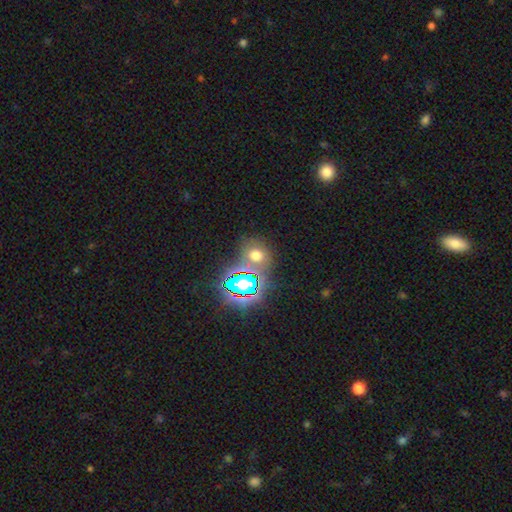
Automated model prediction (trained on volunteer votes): A smooth galaxy with no disk features (52%) that is round (70%).

Vote fractions:
- Smooth or featured? smooth: 52% / star or artifact: 37% / featured or disk: 11%
- How rounded? round: 70% / in between: 28% / cigar-shaped: 1%
- Merging? none: 69% / merger: 15% / minor disturbance: 11% / major disturbance: 5%